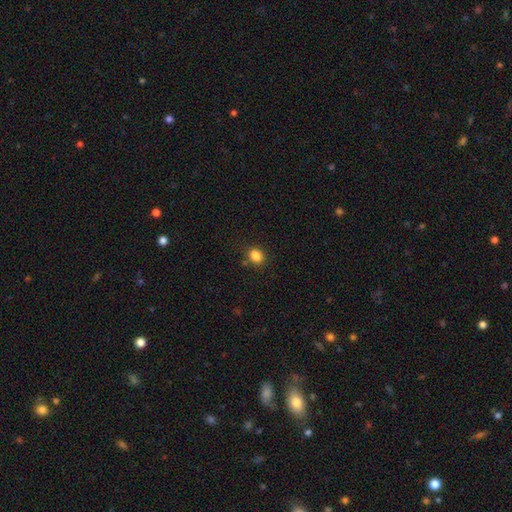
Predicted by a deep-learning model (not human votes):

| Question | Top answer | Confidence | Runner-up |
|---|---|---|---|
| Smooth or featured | smooth | 85% | star or artifact (11%) |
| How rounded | round | 56% | in between (43%) |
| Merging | none | 83% | minor disturbance (10%) |